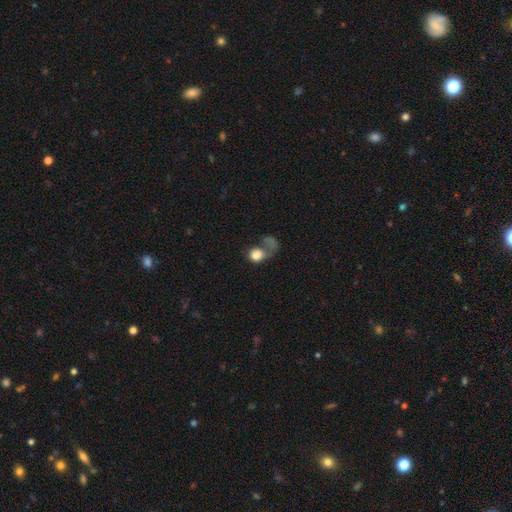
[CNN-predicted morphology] Smooth or featured: smooth — 70% (featured or disk — 21%)
How rounded: round — 65% (in between — 34%)
Merging: major disturbance — 43% (merger — 23%)